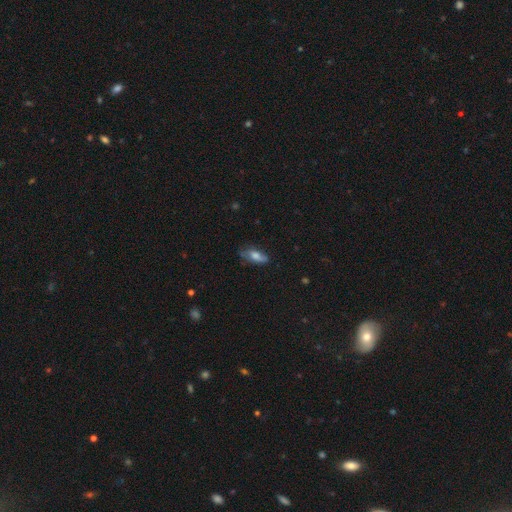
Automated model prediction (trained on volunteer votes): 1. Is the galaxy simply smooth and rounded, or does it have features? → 66% smooth, 26% featured or disk, 9% star or artifact.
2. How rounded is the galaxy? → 76% in between, 21% cigar-shaped, 3% round.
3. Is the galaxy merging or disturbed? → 57% none, 31% minor disturbance, 10% major disturbance, 2% merger.